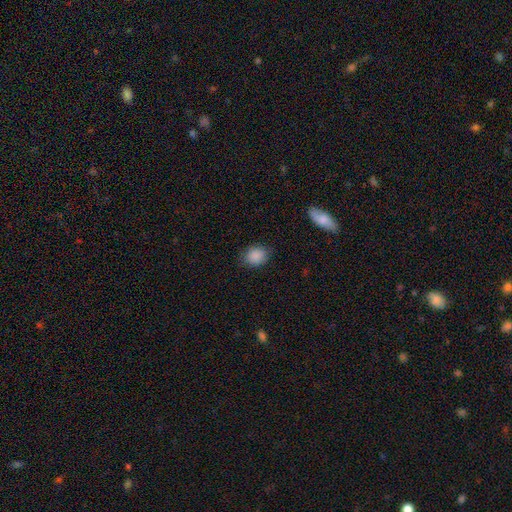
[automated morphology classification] Smooth or featured: smooth — 88% (star or artifact — 8%)
How rounded: round — 55% (in between — 44%)
Merging: none — 82% (minor disturbance — 13%)